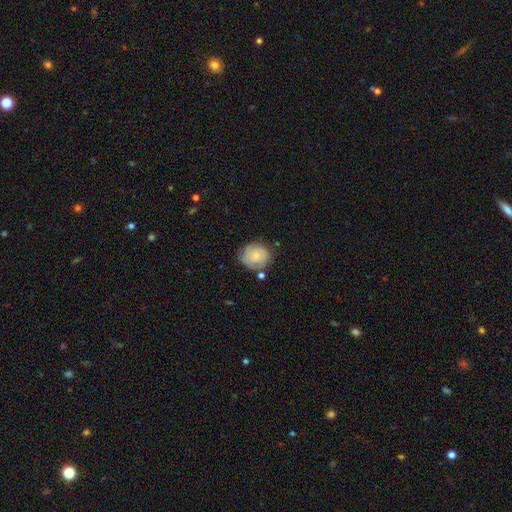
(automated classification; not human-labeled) smooth 61%, featured or disk 31%, star or artifact 8%. Down the decision tree: how rounded — round (68%); merging — none (66%).